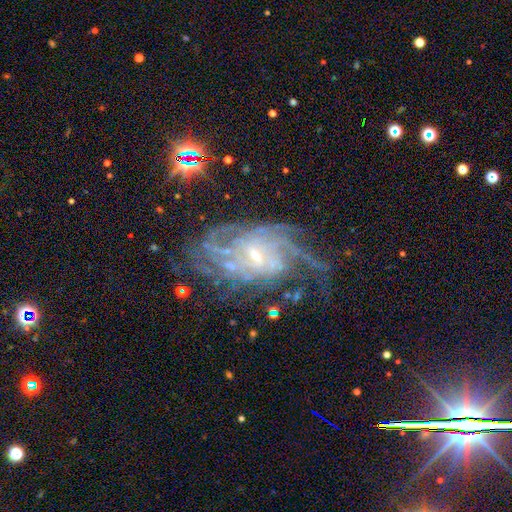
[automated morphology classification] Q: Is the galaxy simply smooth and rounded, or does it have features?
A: featured or disk — 84%.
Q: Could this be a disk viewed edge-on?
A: no — 96%.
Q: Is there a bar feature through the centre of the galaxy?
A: no — 44%.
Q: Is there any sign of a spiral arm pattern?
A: yes — 95%.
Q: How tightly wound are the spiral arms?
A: tight — 49%.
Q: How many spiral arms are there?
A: can't tell — 36%.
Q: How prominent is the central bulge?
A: small — 74%.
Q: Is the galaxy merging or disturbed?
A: none — 53%.